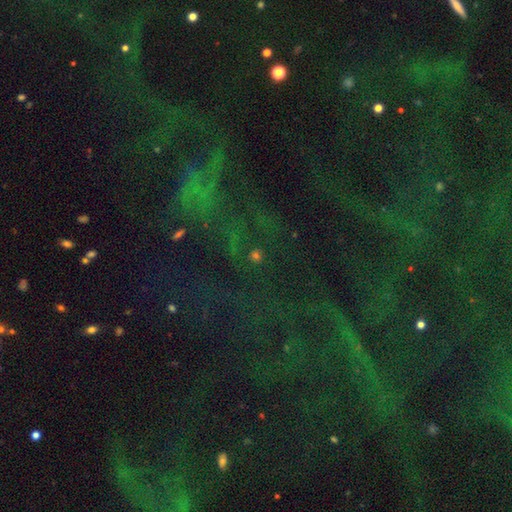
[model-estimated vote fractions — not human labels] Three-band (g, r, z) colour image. It shows a star or artifact, not a galaxy (66%).